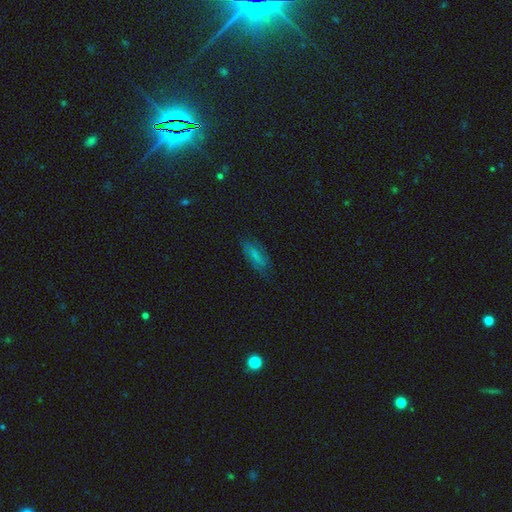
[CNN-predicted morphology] Smooth or featured? smooth (66%)
How rounded? in between (66%)
Merging? none (73%)